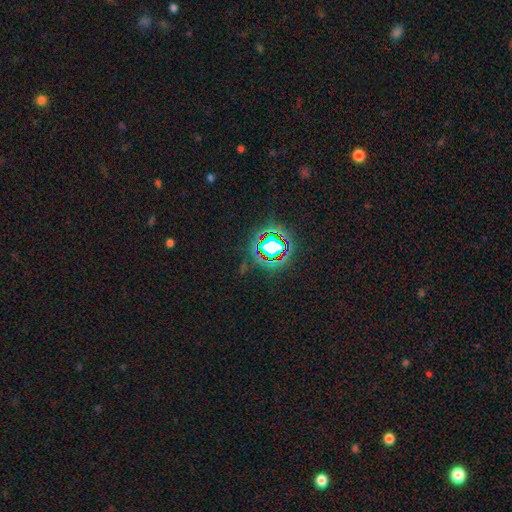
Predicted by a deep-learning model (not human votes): Morphology: type=star or artifact (82%).